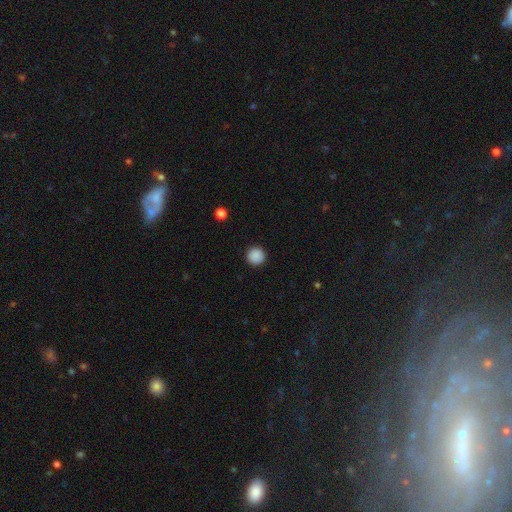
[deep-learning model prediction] This is clearly a smooth galaxy (89%). How rounded: clearly round (96%). Merging: clearly none (93%).